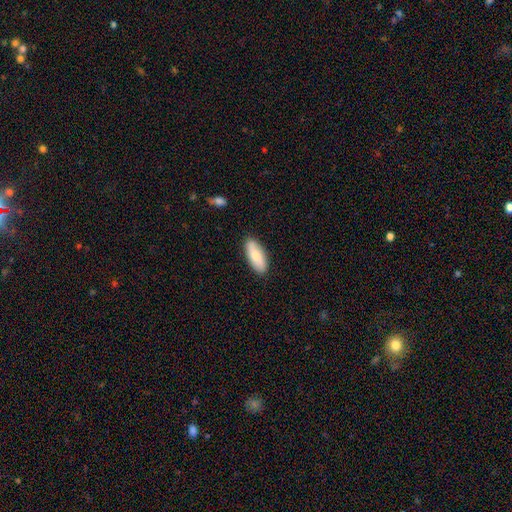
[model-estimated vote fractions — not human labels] smooth_or_featured: smooth (p=0.73) [alt: featured or disk p=0.21]
how_rounded: in between (p=0.79) [alt: cigar-shaped p=0.19]
merging: none (p=0.87) [alt: minor disturbance p=0.10]